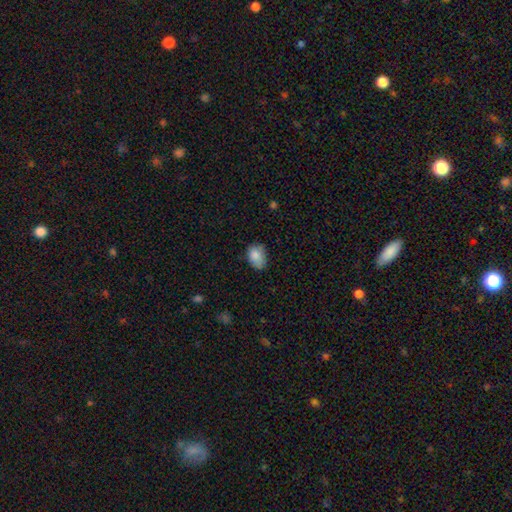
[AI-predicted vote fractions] This is clearly a smooth galaxy (85%). How rounded: likely in between (79%). Merging: likely none (64%).